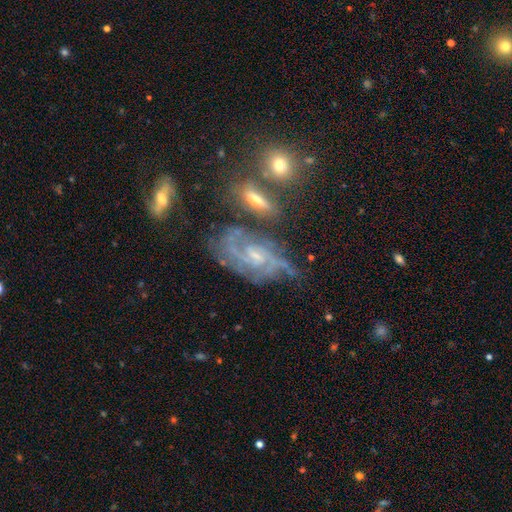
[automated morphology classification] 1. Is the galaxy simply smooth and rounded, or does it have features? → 82% featured or disk, 10% star or artifact, 8% smooth.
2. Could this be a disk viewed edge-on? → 95% no, 5% yes.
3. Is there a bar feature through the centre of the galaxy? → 54% no, 38% weak, 8% strong.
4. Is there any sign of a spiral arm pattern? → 94% yes, 6% no.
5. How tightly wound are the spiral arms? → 49% tight, 40% medium, 11% loose.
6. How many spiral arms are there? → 31% can't tell, 24% 3, 21% 2, 13% 4, 6% more than 4, 6% 1.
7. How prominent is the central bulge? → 61% small, 28% moderate, 8% none, 2% large, 1% dominant.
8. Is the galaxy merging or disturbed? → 55% none, 23% minor disturbance, 14% major disturbance, 9% merger.